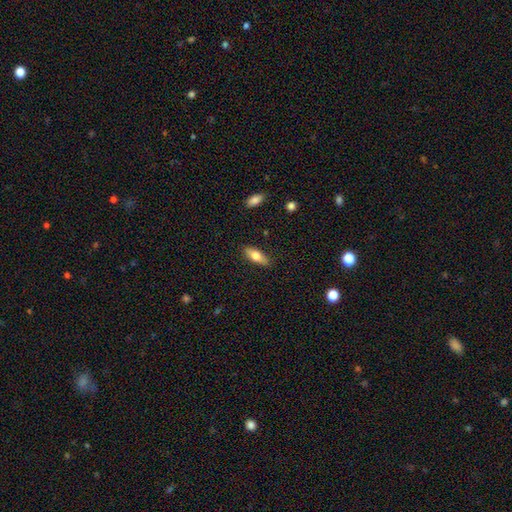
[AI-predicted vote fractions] Smooth or featured? Predicted: smooth (p=0.70). How rounded? Predicted: in between (p=0.62). Merging? Predicted: none (p=0.86).